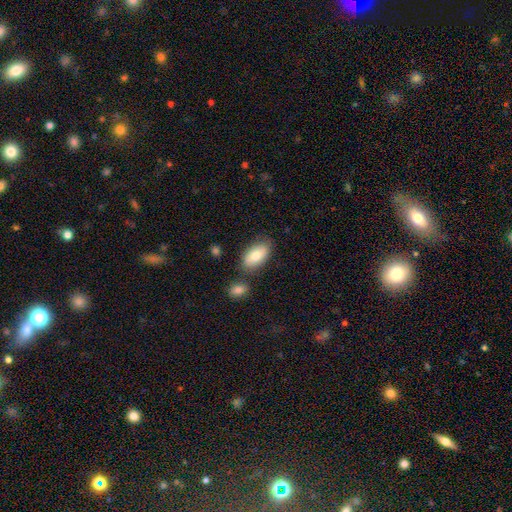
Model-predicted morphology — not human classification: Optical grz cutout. It shows a smooth galaxy with no disk features (78%) that is in between round and cigar-shaped (93%). Merging: none (75%).